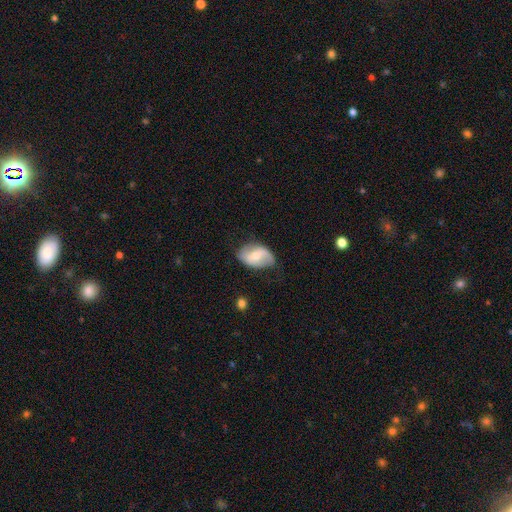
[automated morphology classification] Q: Smooth or featured?
A: featured or disk (51%); runner-up: smooth (42%)
Q: Edge-on disk?
A: no (95%); runner-up: yes (5%)
Q: Merging?
A: none (57%); runner-up: minor disturbance (32%)